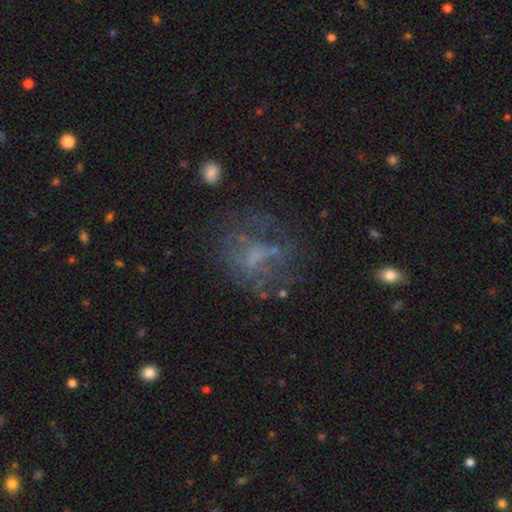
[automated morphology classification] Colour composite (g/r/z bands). It shows a featured or disk galaxy (51%). Merging: none (51%).